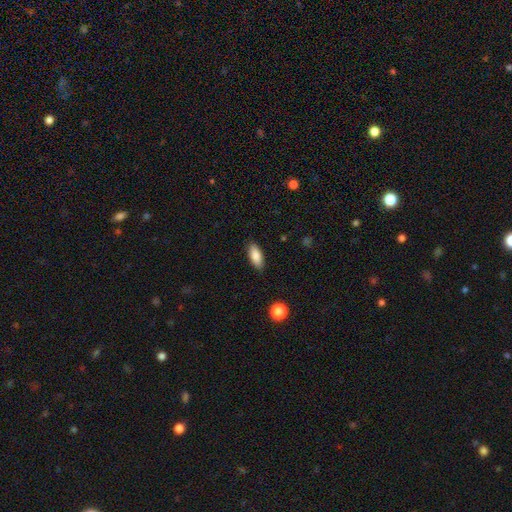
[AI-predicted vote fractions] Smooth or featured: smooth — 85% (featured or disk — 8%)
How rounded: in between — 82% (cigar-shaped — 16%)
Merging: none — 87% (minor disturbance — 10%)